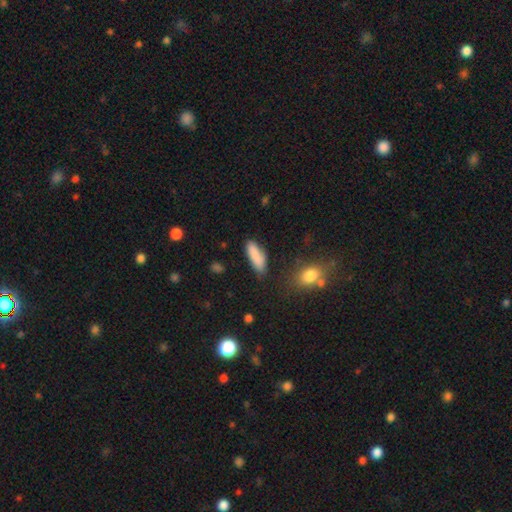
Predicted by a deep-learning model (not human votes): Q: Smooth or featured?
A: smooth (86%); runner-up: featured or disk (7%)
Q: How rounded?
A: in between (57%); runner-up: cigar-shaped (41%)
Q: Merging?
A: none (73%); runner-up: minor disturbance (19%)